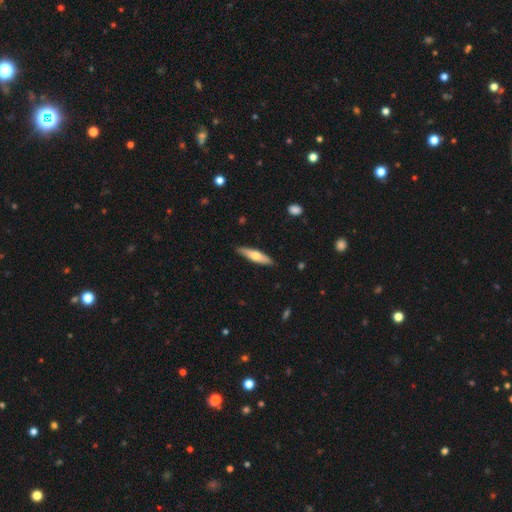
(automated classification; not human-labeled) Morphology: type=smooth (53%); roundness=cigar-shaped (76%); merging=none (88%).